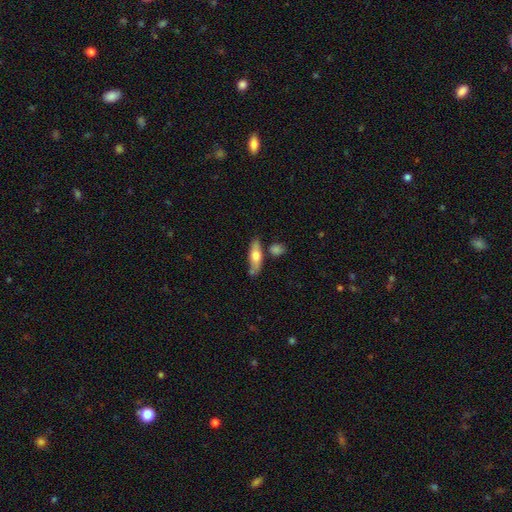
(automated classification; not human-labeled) smooth_or_featured: smooth (p=0.59) [alt: featured or disk p=0.35]
how_rounded: in between (p=0.51) [alt: cigar-shaped p=0.45]
merging: none (p=0.69) [alt: minor disturbance p=0.16]